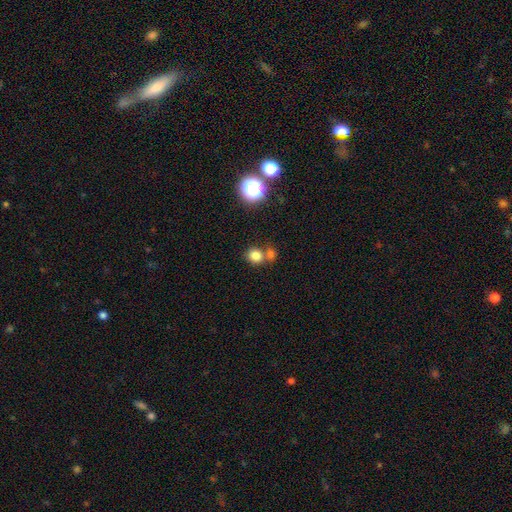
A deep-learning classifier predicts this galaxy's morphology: A smooth galaxy with no disk features (79%) that is round (74%). Merging: none (54%).